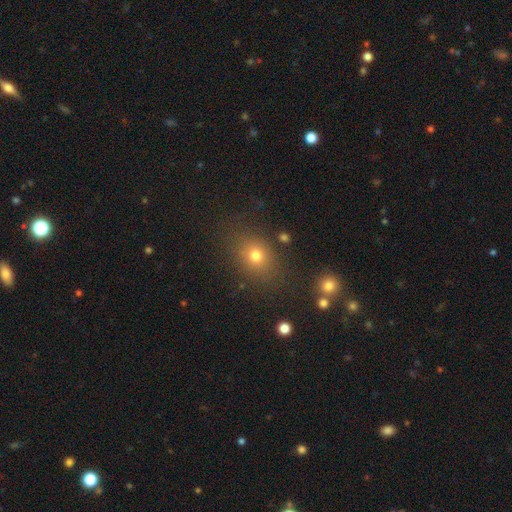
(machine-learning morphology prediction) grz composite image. It shows a smooth galaxy with no disk features (72%) that is round (51%). Merging: none (78%).